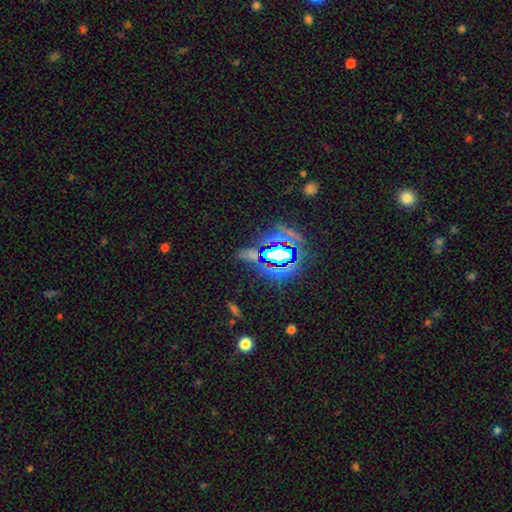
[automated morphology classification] Smooth or featured? star or artifact (66%)